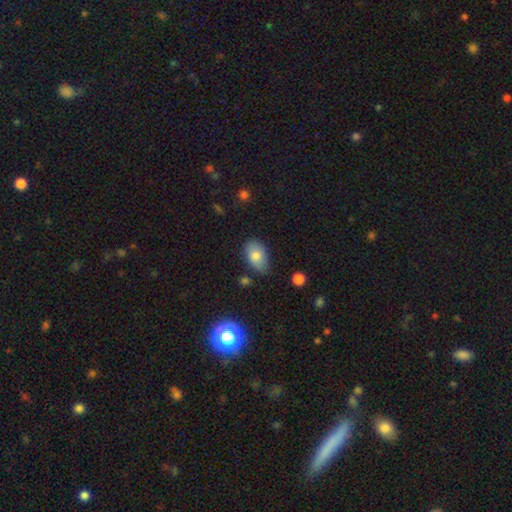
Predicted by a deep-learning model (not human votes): Smooth or featured?
  - smooth: 78% *
  - featured or disk: 14%
  - star or artifact: 8%
How rounded?
  - in between: 89% *
  - round: 9%
  - cigar-shaped: 1%
Merging?
  - none: 66% *
  - minor disturbance: 26%
  - major disturbance: 5%
  - merger: 3%